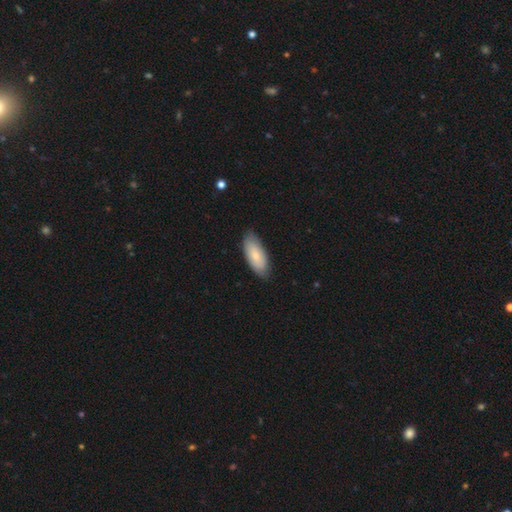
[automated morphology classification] smooth_or_featured: smooth (p=0.75) [alt: featured or disk p=0.20]
how_rounded: in between (p=0.87) [alt: cigar-shaped p=0.11]
merging: none (p=0.81) [alt: minor disturbance p=0.15]